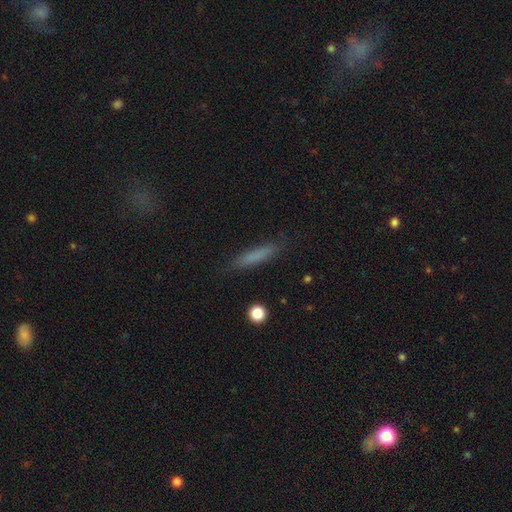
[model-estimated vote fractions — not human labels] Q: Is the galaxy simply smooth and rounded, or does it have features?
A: smooth — 76%.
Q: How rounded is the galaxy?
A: cigar-shaped — 87%.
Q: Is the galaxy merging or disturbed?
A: none — 85%.